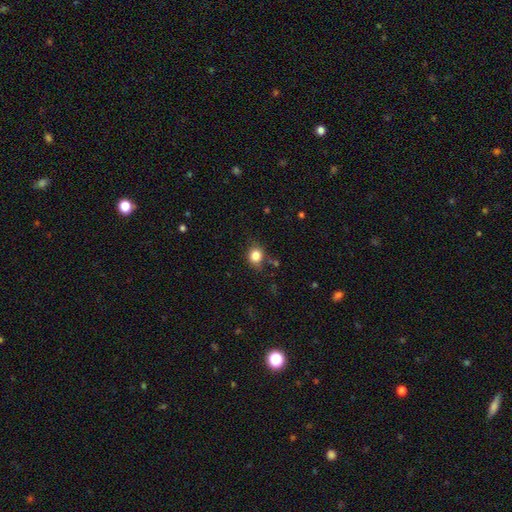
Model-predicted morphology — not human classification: Q: Smooth or featured?
A: smooth (82%); runner-up: star or artifact (11%)
Q: How rounded?
A: round (69%); runner-up: in between (30%)
Q: Merging?
A: none (74%); runner-up: minor disturbance (18%)